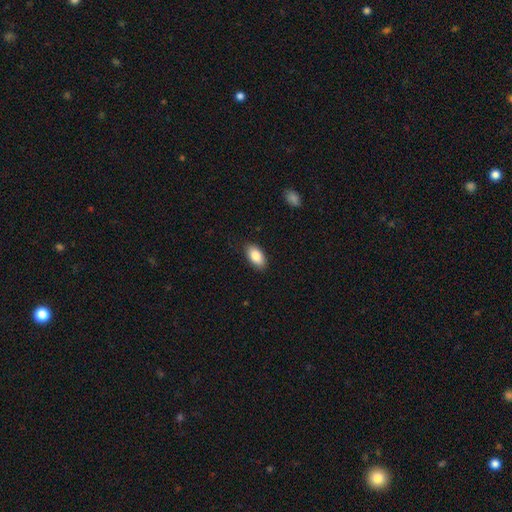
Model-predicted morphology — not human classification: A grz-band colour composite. It shows a smooth galaxy with no disk features (85%) that is in between round and cigar-shaped (93%). Merging: none (87%).